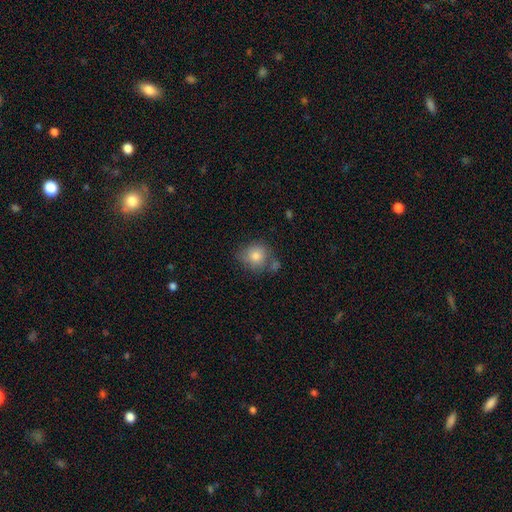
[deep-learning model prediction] Morphology: type=smooth (80%); roundness=round (82%); merging=none (64%).